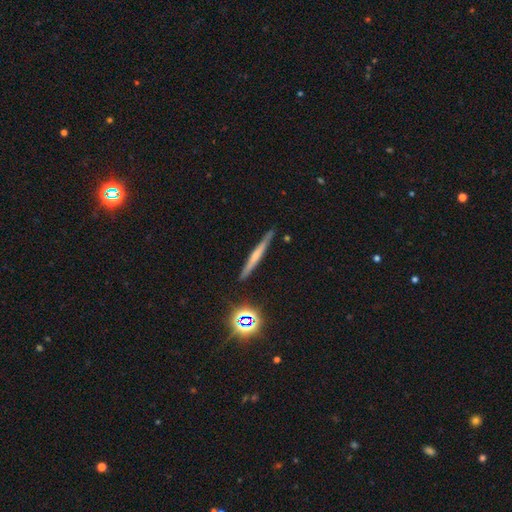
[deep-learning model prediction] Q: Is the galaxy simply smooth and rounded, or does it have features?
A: featured or disk — 49%.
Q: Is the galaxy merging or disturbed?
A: none — 88%.